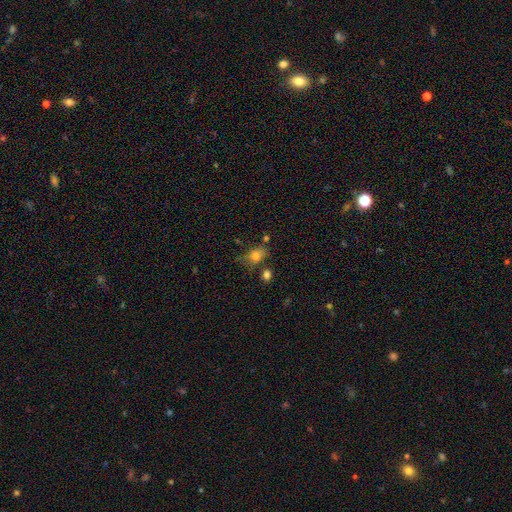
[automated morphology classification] This is likely a smooth galaxy (77%). How rounded: likely in between (67%). Merging: possibly none (58%).